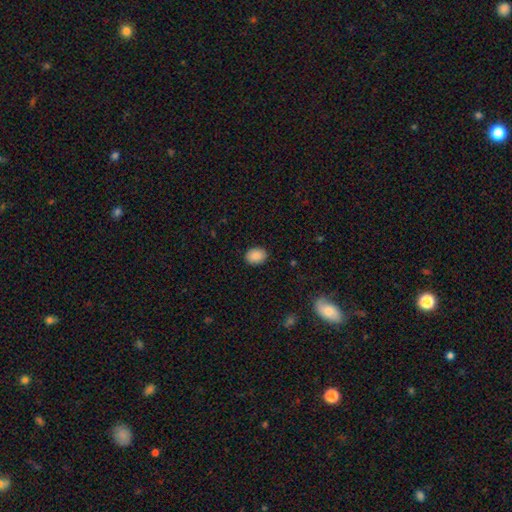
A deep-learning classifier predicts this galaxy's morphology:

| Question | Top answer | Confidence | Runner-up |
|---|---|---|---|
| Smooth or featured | smooth | 89% | star or artifact (8%) |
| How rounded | in between | 67% | round (32%) |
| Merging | none | 89% | minor disturbance (8%) |